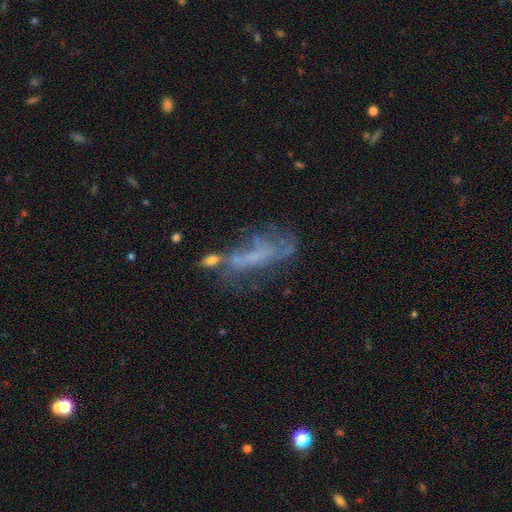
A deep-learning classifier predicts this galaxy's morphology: Smooth or featured?
  - featured or disk: 55% *
  - smooth: 29%
  - star or artifact: 16%
Edge-on disk?
  - no: 84% *
  - yes: 16%
Merging?
  - none: 33% *
  - major disturbance: 31%
  - minor disturbance: 20%
  - merger: 17%